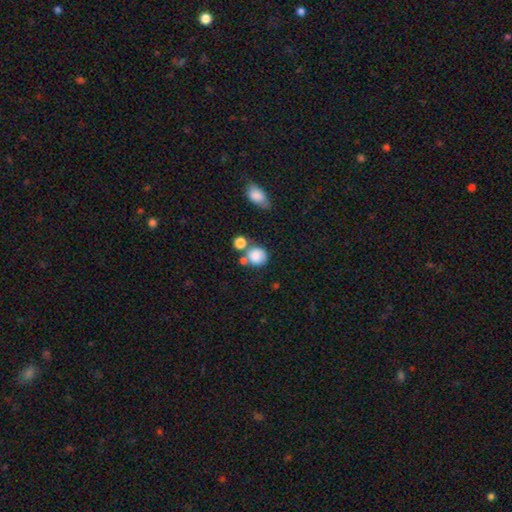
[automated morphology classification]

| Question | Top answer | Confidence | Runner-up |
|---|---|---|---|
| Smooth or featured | smooth | 83% | star or artifact (9%) |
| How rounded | round | 77% | in between (22%) |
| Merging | none | 49% | merger (28%) |